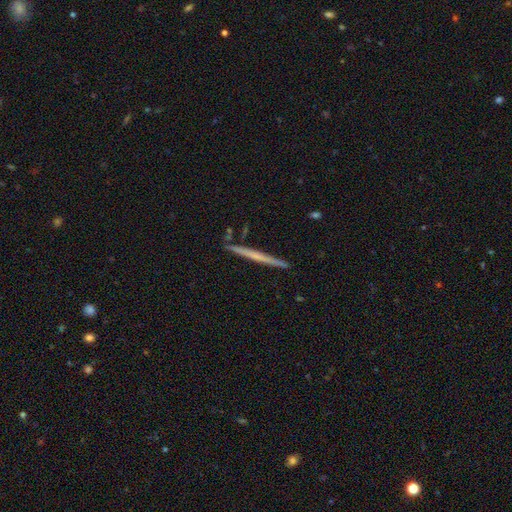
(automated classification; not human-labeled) smooth_or_featured: featured or disk (p=0.57) [alt: smooth p=0.37]
disk_edge_on: yes (p=0.98) [alt: no p=0.02]
edge_on_bulge: none (p=0.79) [alt: rounded p=0.16]
merging: none (p=0.89) [alt: minor disturbance p=0.07]